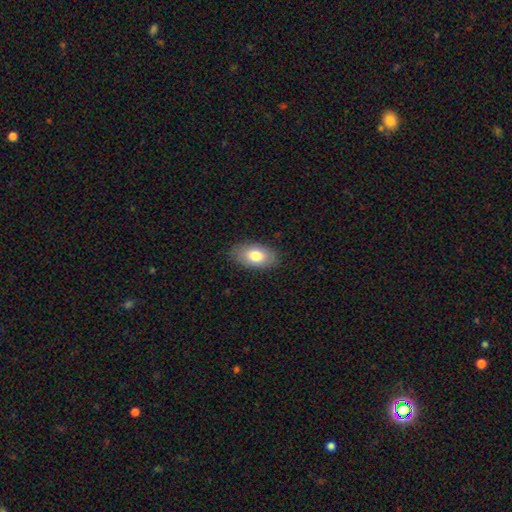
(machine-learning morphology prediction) The model was most divided on "smooth or featured": smooth: 79%, featured or disk: 15%, star or artifact: 7%. More confident: how rounded — in between (93%); merging — none (84%).